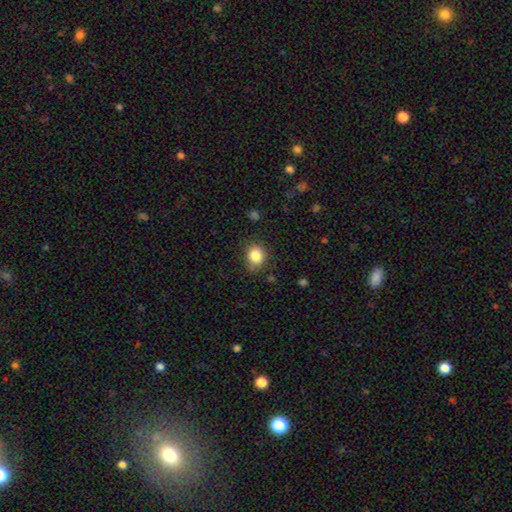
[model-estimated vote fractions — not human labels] smooth-or-featured: smooth: 84% | star or artifact: 10% | featured or disk: 5%
  how-rounded: round: 70% | in between: 29% | cigar-shaped: 1%
  merging: none: 78% | minor disturbance: 16% | major disturbance: 4% | merger: 2%